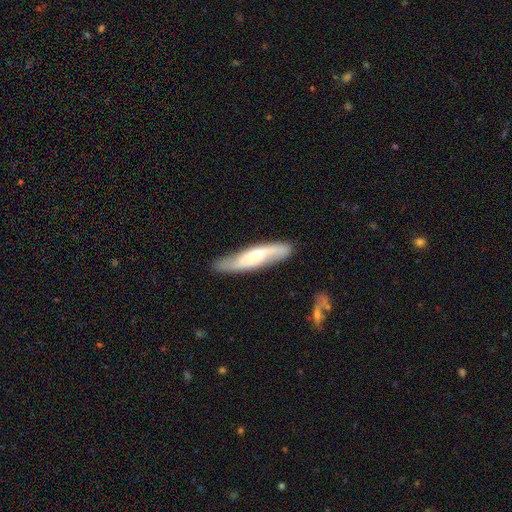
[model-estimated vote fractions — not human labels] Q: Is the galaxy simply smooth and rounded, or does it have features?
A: featured or disk — 59%.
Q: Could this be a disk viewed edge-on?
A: no — 61%.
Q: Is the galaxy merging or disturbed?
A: none — 80%.